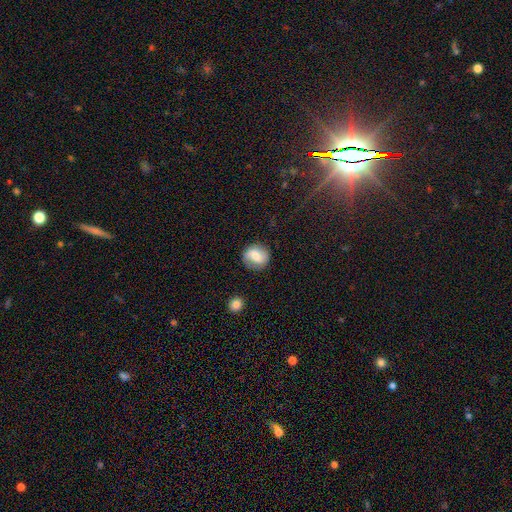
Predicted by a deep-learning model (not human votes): Smooth or featured? Predicted: smooth (p=0.57). How rounded? Predicted: round (p=0.83). Merging? Predicted: none (p=0.78).